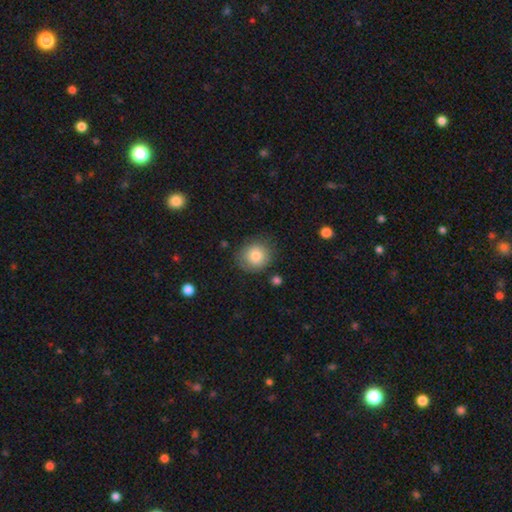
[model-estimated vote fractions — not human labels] Morphology: type=smooth (82%); roundness=round (80%); merging=none (79%).